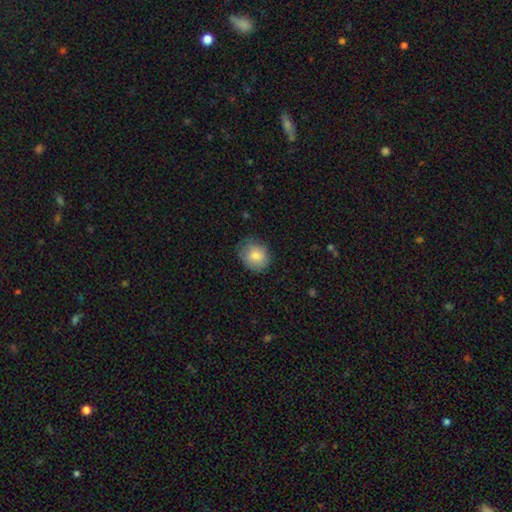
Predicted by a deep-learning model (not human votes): Morphology: type=smooth (82%); roundness=round (75%); merging=none (75%).